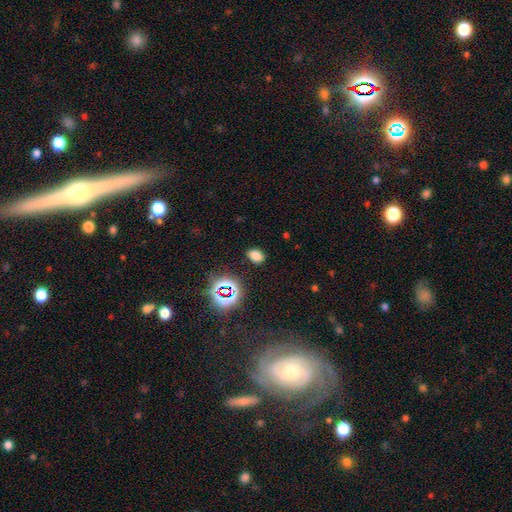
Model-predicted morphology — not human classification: A smooth galaxy with no disk features (71%) that is in between round and cigar-shaped (79%).

Vote fractions:
- Smooth or featured? smooth: 71% / star or artifact: 22% / featured or disk: 6%
- How rounded? in between: 79% / round: 20% / cigar-shaped: 1%
- Merging? none: 87% / minor disturbance: 9% / major disturbance: 3% / merger: 1%